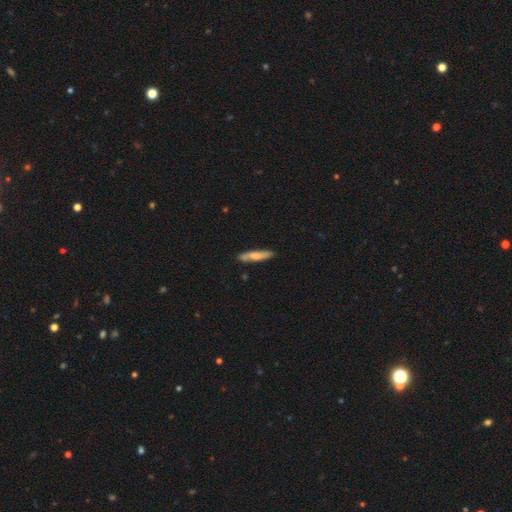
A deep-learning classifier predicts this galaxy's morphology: Smooth or featured?
  - smooth: 65% *
  - featured or disk: 30%
  - star or artifact: 5%
How rounded?
  - cigar-shaped: 85% *
  - in between: 13%
  - round: 2%
Merging?
  - none: 79% *
  - minor disturbance: 15%
  - merger: 3%
  - major disturbance: 3%